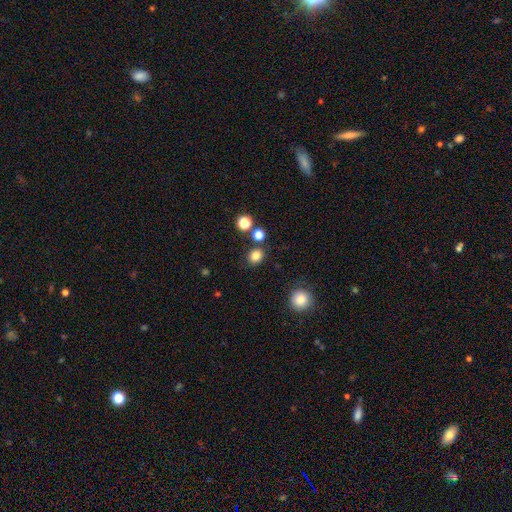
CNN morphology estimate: A smooth galaxy with no disk features (82%) that is round (79%). Merging: none (82%).